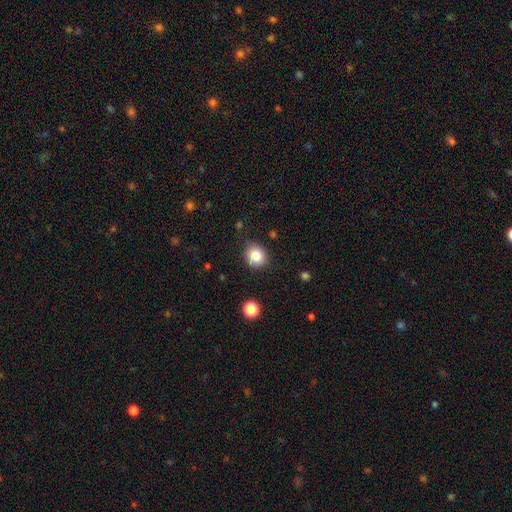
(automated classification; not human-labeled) A smooth galaxy with no disk features (85%) that is round (77%).

Vote fractions:
- Smooth or featured? smooth: 85% / star or artifact: 10% / featured or disk: 5%
- How rounded? round: 77% / in between: 23% / cigar-shaped: 1%
- Merging? none: 83% / minor disturbance: 12% / major disturbance: 3% / merger: 2%